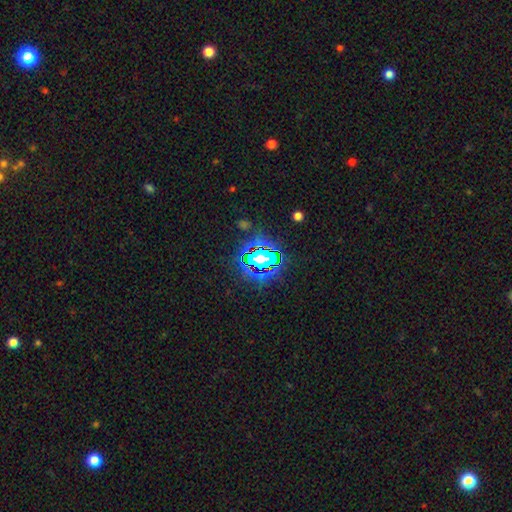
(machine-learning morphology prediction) The model was most divided on "smooth or featured": star or artifact: 82%, smooth: 11%, featured or disk: 7%.